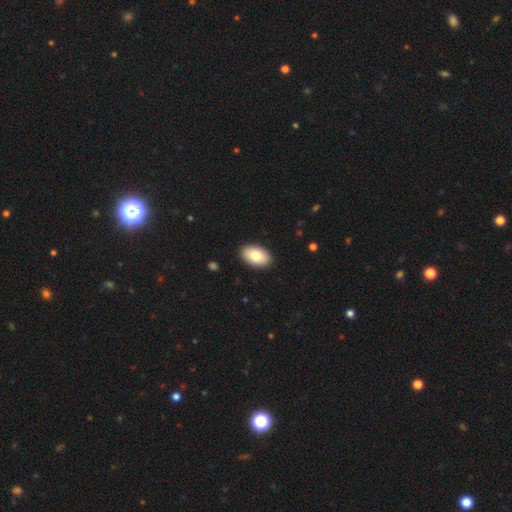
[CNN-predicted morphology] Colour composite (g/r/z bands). It shows a smooth galaxy with no disk features (79%) that is in between round and cigar-shaped (93%). Merging: none (91%).